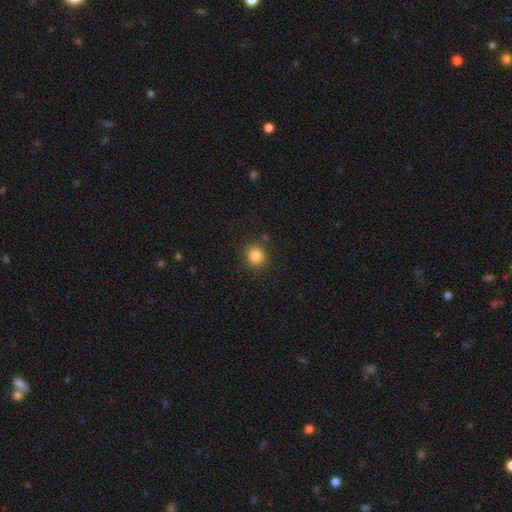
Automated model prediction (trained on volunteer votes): Smooth or featured? Predicted: smooth (p=0.84). How rounded? Predicted: round (p=0.87). Merging? Predicted: none (p=0.86).